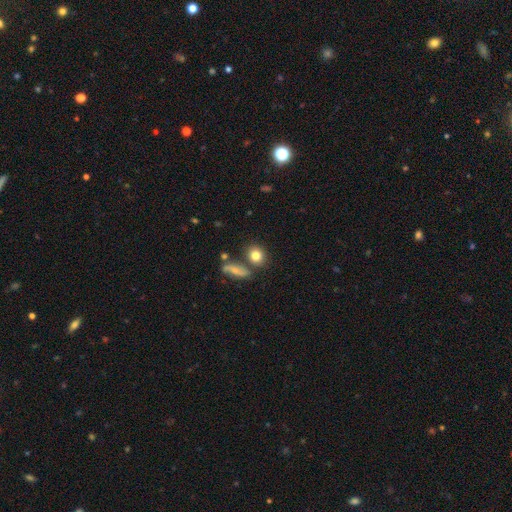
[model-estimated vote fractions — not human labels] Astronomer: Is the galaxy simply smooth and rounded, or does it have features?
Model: smooth — 80%.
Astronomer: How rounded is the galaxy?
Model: round — 65%.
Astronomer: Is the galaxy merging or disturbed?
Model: none — 69%.